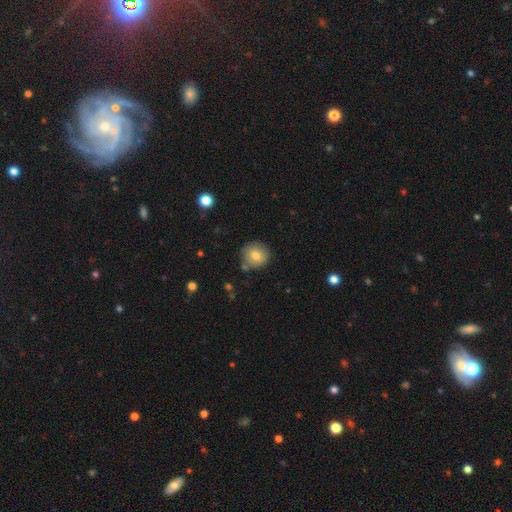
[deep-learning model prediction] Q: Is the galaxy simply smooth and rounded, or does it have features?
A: smooth — 77%.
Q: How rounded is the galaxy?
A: round — 91%.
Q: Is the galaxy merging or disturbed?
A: none — 80%.